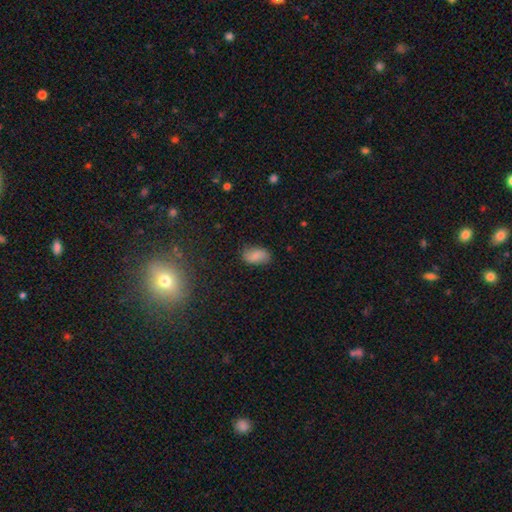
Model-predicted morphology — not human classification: Q: Smooth or featured?
A: smooth (81%); runner-up: featured or disk (10%)
Q: How rounded?
A: in between (93%); runner-up: round (5%)
Q: Merging?
A: none (78%); runner-up: minor disturbance (17%)